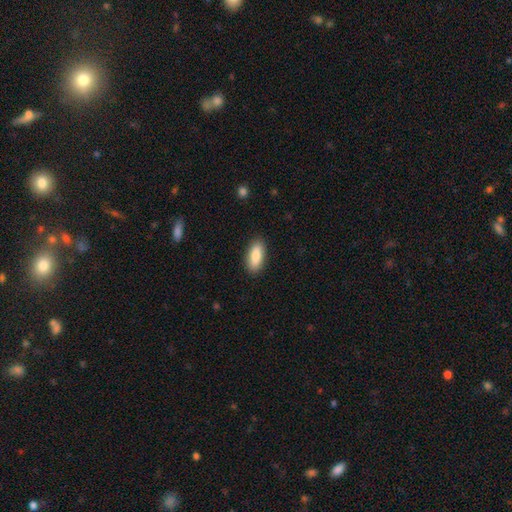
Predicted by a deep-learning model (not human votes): Overall: smooth (86%). How rounded: in between (79%). Merging: none (89%).